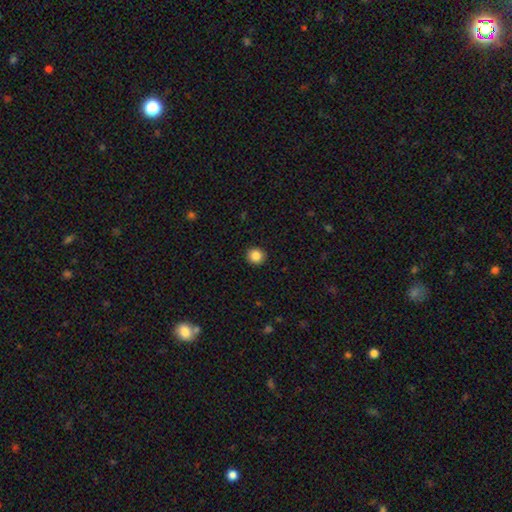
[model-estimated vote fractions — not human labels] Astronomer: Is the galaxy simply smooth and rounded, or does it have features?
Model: smooth — 86%.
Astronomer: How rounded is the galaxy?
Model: round — 92%.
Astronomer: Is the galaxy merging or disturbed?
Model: none — 93%.